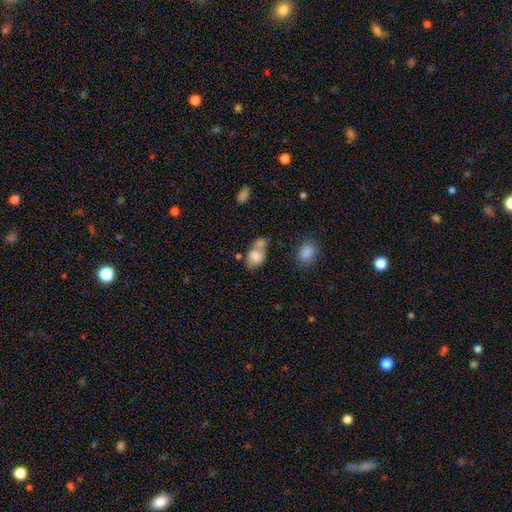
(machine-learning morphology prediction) Smooth or featured?
  - smooth: 78% *
  - featured or disk: 13%
  - star or artifact: 8%
How rounded?
  - in between: 70% *
  - round: 29%
  - cigar-shaped: 2%
Merging?
  - merger: 54% *
  - none: 27%
  - minor disturbance: 12%
  - major disturbance: 7%